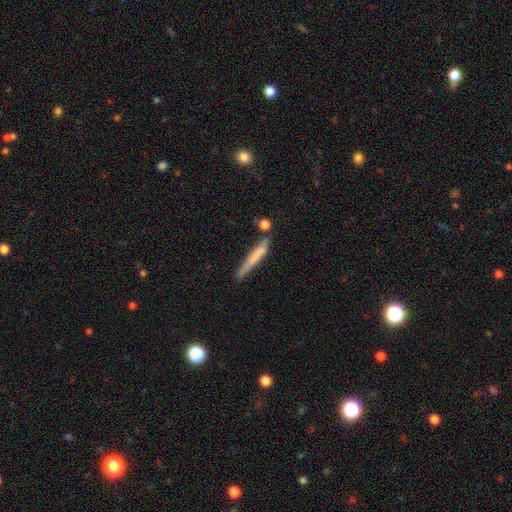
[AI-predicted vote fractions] smooth_or_featured: smooth (p=0.63) [alt: featured or disk p=0.30]
how_rounded: cigar-shaped (p=0.95) [alt: in between p=0.04]
merging: none (p=0.64) [alt: minor disturbance p=0.20]